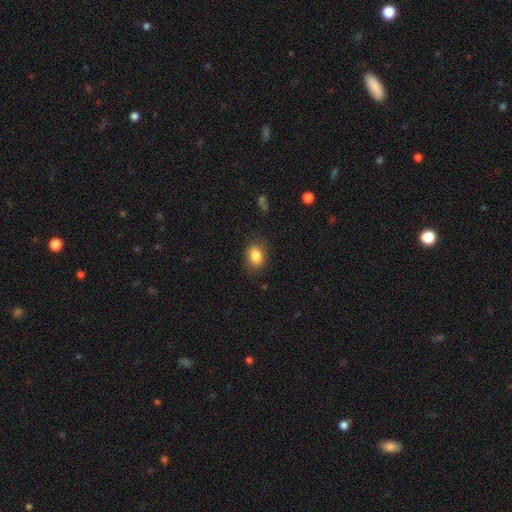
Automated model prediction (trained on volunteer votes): Morphology: type=smooth (84%); roundness=in between (70%); merging=none (80%).